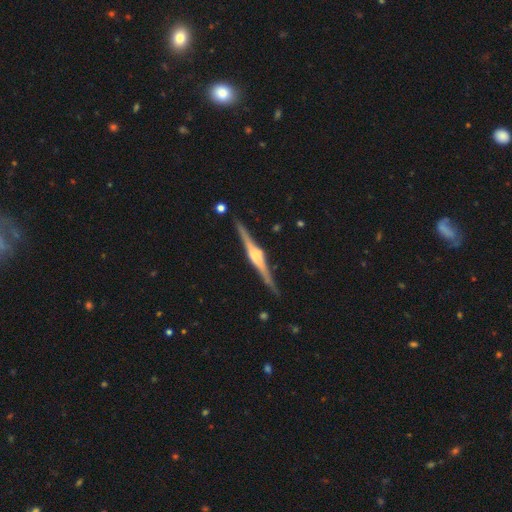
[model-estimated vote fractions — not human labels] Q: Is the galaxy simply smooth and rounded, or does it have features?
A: featured or disk — 87%.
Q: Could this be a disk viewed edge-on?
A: yes — 98%.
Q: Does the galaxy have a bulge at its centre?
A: rounded — 77%.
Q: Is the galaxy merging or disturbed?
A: none — 88%.